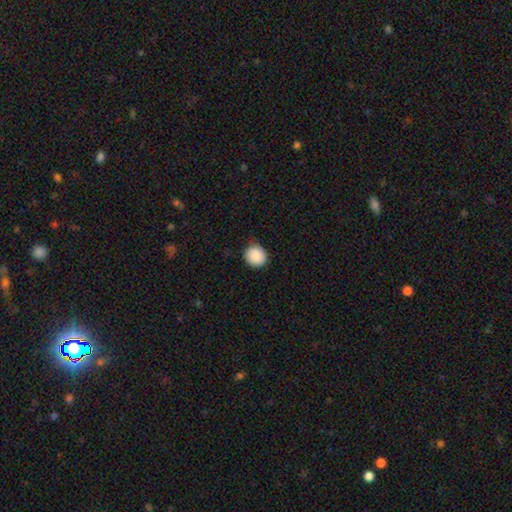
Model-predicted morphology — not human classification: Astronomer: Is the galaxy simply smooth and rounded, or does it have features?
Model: smooth — 90%.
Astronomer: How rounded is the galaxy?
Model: round — 89%.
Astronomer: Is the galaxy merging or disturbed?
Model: none — 86%.